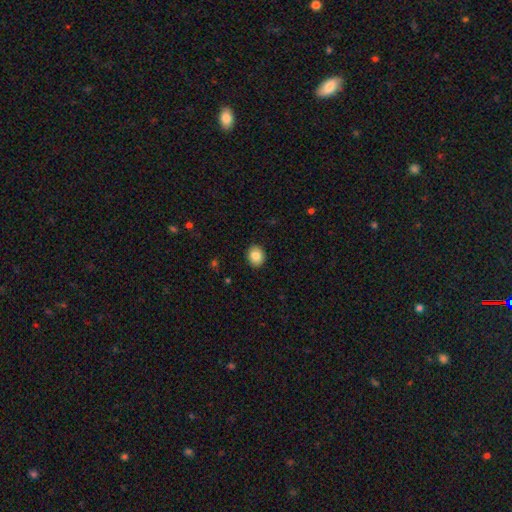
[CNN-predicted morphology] Smooth or featured?
  - smooth: 85% *
  - star or artifact: 8%
  - featured or disk: 6%
How rounded?
  - round: 55% *
  - in between: 44%
  - cigar-shaped: 1%
Merging?
  - none: 91% *
  - minor disturbance: 7%
  - major disturbance: 2%
  - merger: 1%